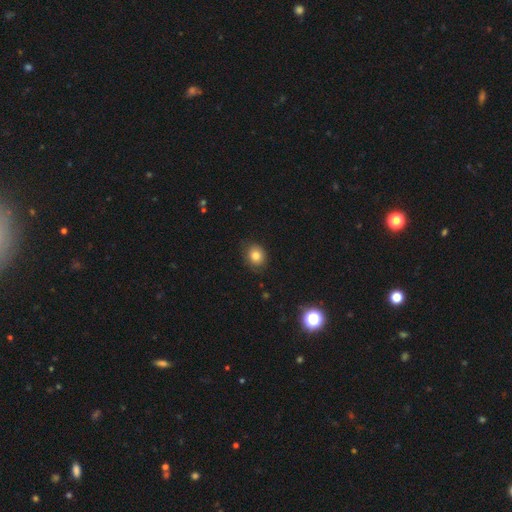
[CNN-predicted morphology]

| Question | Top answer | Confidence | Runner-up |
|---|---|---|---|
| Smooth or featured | smooth | 80% | star or artifact (10%) |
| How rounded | round | 62% | in between (37%) |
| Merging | none | 78% | minor disturbance (17%) |